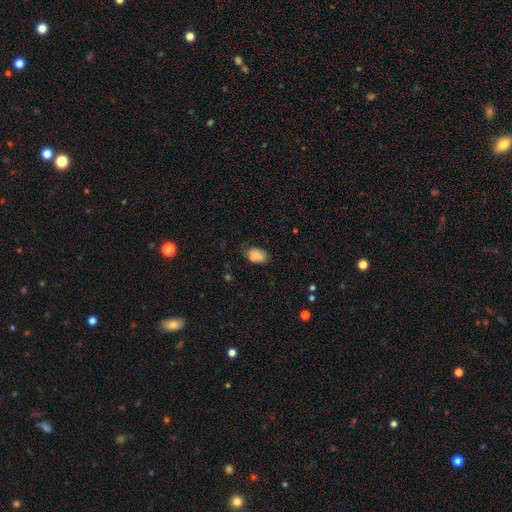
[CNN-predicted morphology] A smooth galaxy with no disk features (81%) that is in between round and cigar-shaped (88%). Merging: none (58%).